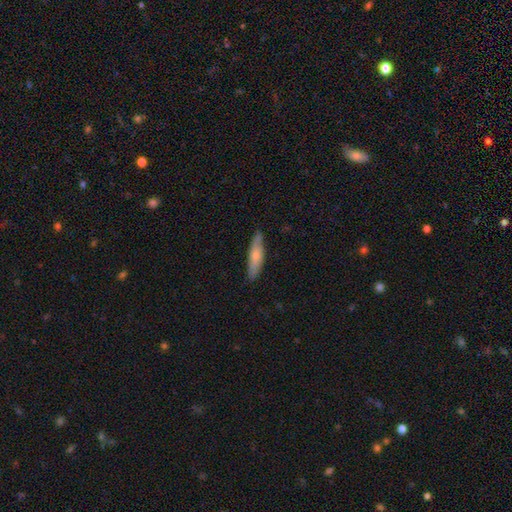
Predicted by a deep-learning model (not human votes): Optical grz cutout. It shows a smooth galaxy with no disk features (66%) that is cigar-shaped (75%). Merging: none (83%).